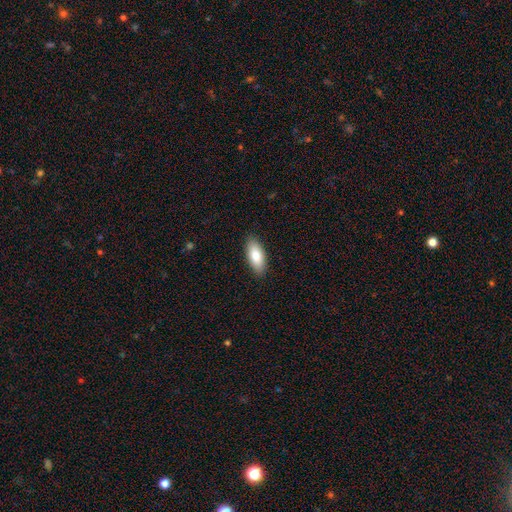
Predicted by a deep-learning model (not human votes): A smooth galaxy with no disk features (82%) that is in between round and cigar-shaped (85%).

Vote fractions:
- Smooth or featured? smooth: 82% / featured or disk: 12% / star or artifact: 6%
- How rounded? in between: 85% / cigar-shaped: 13% / round: 2%
- Merging? none: 89% / minor disturbance: 9% / major disturbance: 2% / merger: 1%